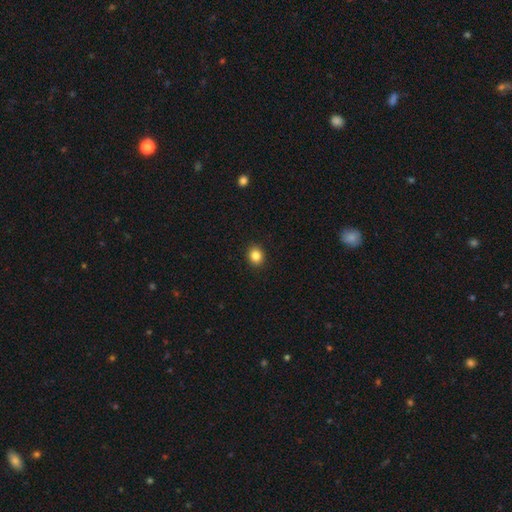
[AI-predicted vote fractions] Smooth or featured? Predicted: smooth (p=0.85). How rounded? Predicted: round (p=0.71). Merging? Predicted: none (p=0.92).